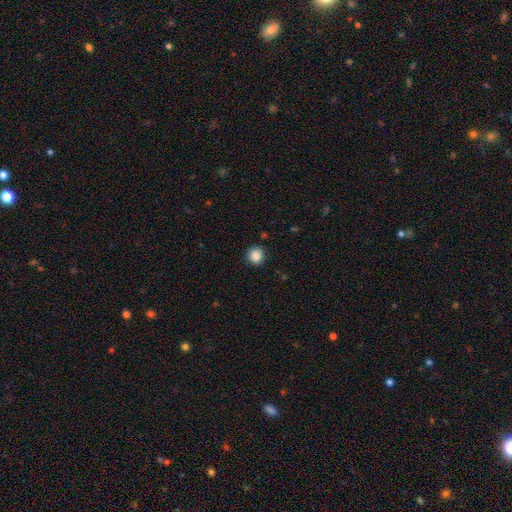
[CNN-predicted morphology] smooth-or-featured: smooth: 87% | star or artifact: 9% | featured or disk: 3%
  how-rounded: round: 89% | in between: 10% | cigar-shaped: 1%
  merging: none: 89% | minor disturbance: 8% | major disturbance: 2% | merger: 1%